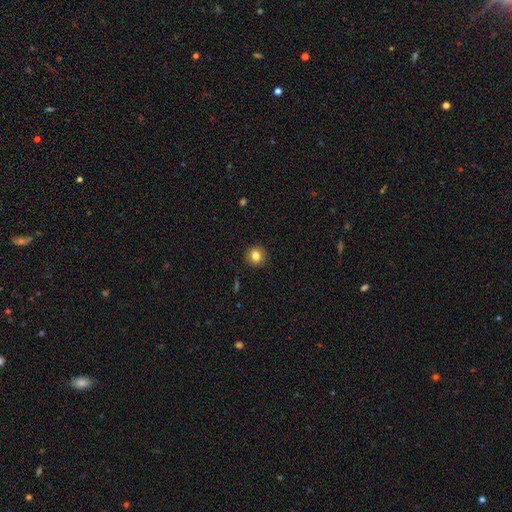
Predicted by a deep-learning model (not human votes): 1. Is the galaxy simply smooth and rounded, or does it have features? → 82% smooth, 10% star or artifact, 8% featured or disk.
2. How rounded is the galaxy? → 89% round, 10% in between, 1% cigar-shaped.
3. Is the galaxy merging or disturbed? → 92% none, 6% minor disturbance, 2% major disturbance, 1% merger.